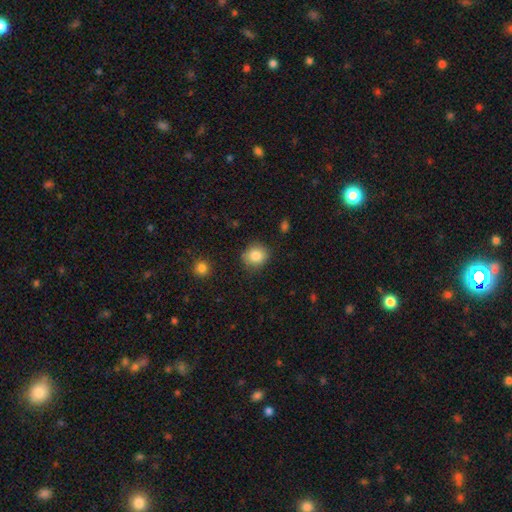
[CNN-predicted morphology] Q: Smooth or featured?
A: smooth (86%); runner-up: star or artifact (9%)
Q: How rounded?
A: round (84%); runner-up: in between (15%)
Q: Merging?
A: none (83%); runner-up: minor disturbance (12%)